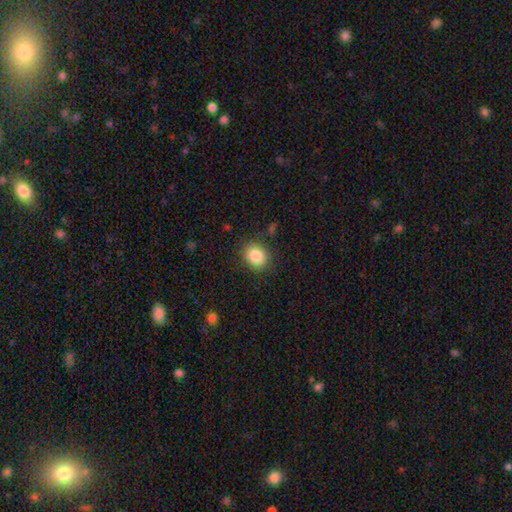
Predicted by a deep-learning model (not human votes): Smooth or featured? smooth (85%)
How rounded? round (62%)
Merging? none (86%)